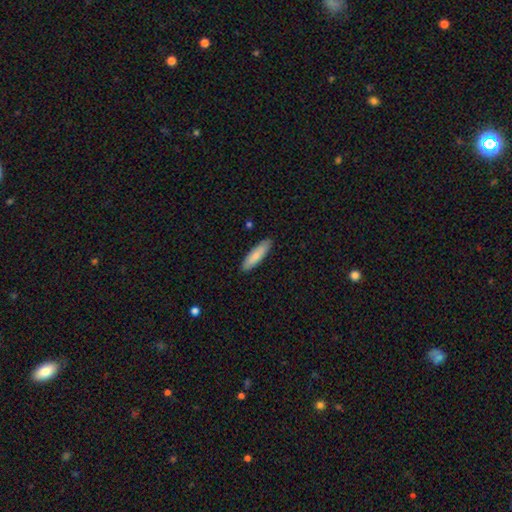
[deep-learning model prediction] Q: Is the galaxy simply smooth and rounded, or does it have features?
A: smooth — 83%.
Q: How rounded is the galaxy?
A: cigar-shaped — 65%.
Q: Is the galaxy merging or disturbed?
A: none — 89%.